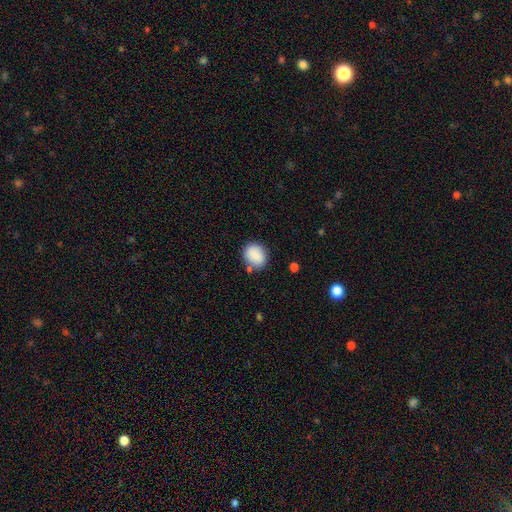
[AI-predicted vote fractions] This appears to be a smooth galaxy with no disk features (87%) that is round (55%). Merging: none (73%).